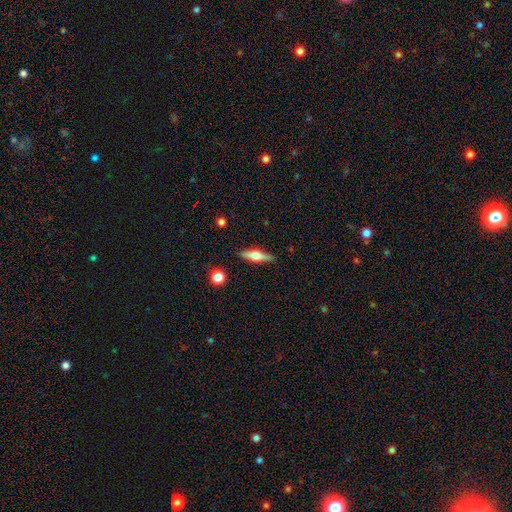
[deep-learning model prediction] Smooth or featured? Predicted: featured or disk (p=0.47). Merging? Predicted: none (p=0.85).